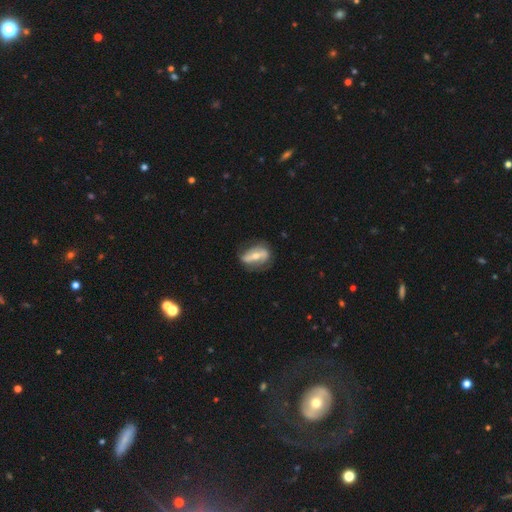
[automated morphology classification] featured or disk 69%, smooth 25%, star or artifact 6%. Down the decision tree: edge-on disk — no (83%); bar — strong (67%); spiral arms — yes (62%); bulge size — moderate (56%); merging — none (69%).